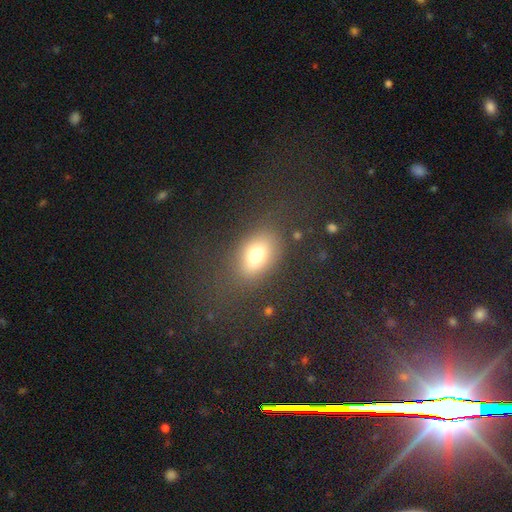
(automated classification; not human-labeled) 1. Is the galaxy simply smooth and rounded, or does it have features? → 73% smooth, 15% featured or disk, 12% star or artifact.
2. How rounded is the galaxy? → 77% in between, 20% round, 3% cigar-shaped.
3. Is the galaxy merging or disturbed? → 77% none, 12% minor disturbance, 9% major disturbance, 2% merger.